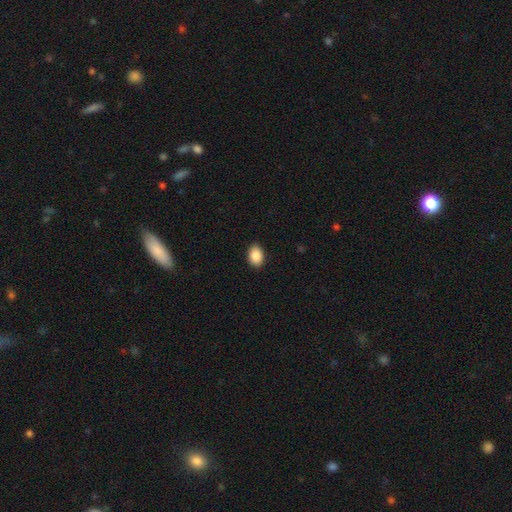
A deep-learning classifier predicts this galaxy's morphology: Q: Smooth or featured?
A: smooth (89%); runner-up: star or artifact (7%)
Q: How rounded?
A: in between (84%); runner-up: round (15%)
Q: Merging?
A: none (90%); runner-up: minor disturbance (7%)